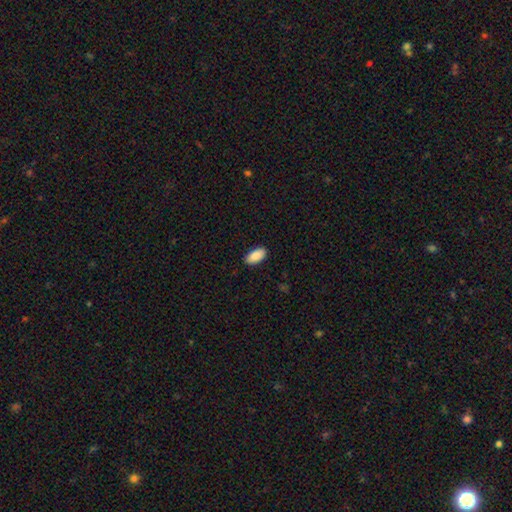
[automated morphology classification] Smooth or featured? smooth (90%)
How rounded? in between (94%)
Merging? none (89%)